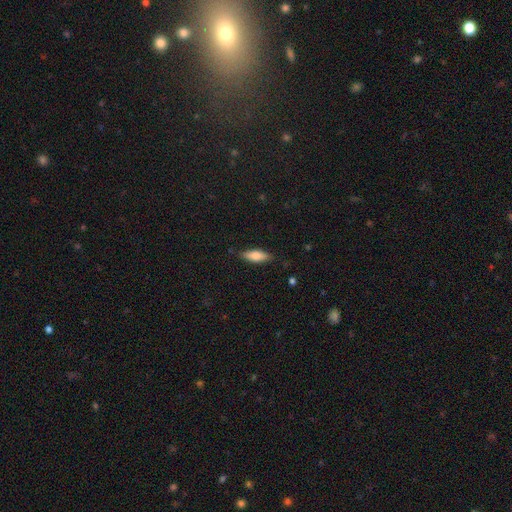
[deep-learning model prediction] smooth-or-featured: smooth: 78% | featured or disk: 16% | star or artifact: 6%
  how-rounded: in between: 61% | cigar-shaped: 37% | round: 2%
  merging: none: 83% | minor disturbance: 13% | major disturbance: 3% | merger: 1%